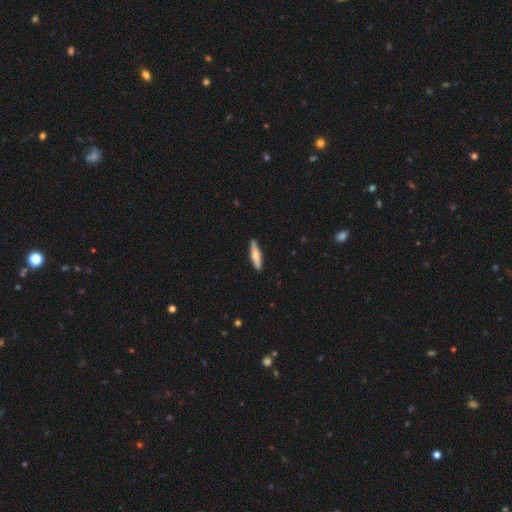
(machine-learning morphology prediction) This is likely a smooth galaxy (62%). How rounded: clearly cigar-shaped (85%). Merging: clearly none (89%).